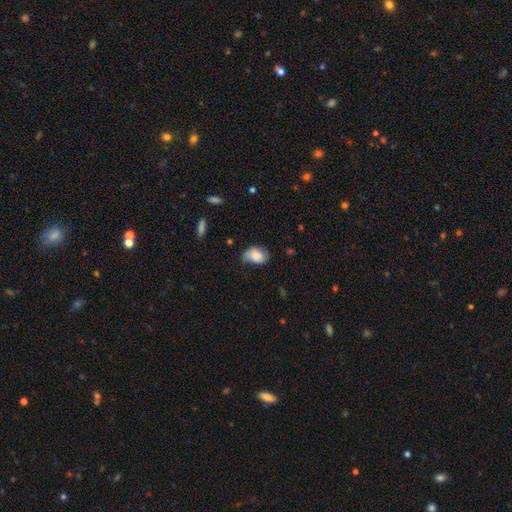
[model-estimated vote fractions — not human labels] smooth-or-featured: smooth: 81% | featured or disk: 12% | star or artifact: 7%
  how-rounded: in between: 84% | round: 15% | cigar-shaped: 1%
  merging: none: 48% | minor disturbance: 38% | major disturbance: 11% | merger: 2%